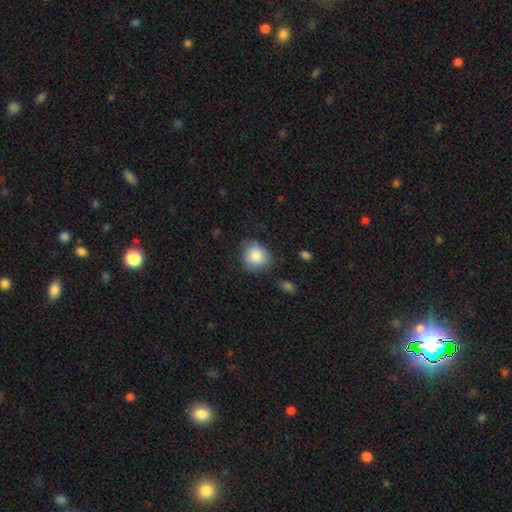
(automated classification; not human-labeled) A smooth galaxy with no disk features (85%) that is round (75%). Merging: none (67%).